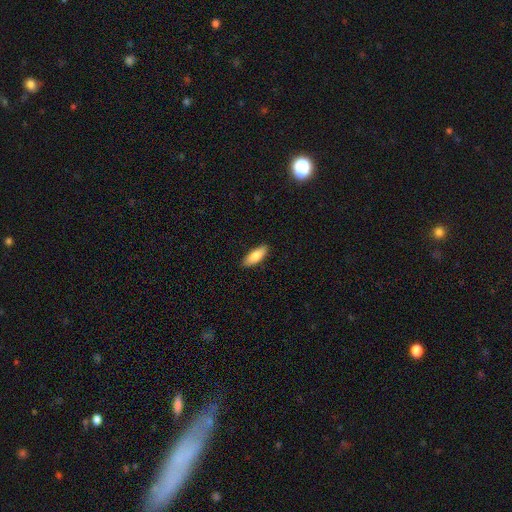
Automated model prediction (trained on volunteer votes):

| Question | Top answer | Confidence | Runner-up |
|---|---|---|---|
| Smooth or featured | smooth | 84% | featured or disk (10%) |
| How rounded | in between | 71% | cigar-shaped (27%) |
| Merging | none | 87% | minor disturbance (10%) |